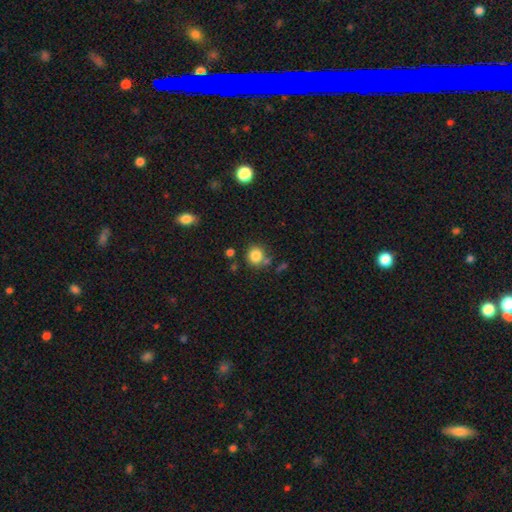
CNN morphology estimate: Smooth or featured?
  - smooth: 84% *
  - star or artifact: 11%
  - featured or disk: 6%
How rounded?
  - round: 87% *
  - in between: 12%
  - cigar-shaped: 1%
Merging?
  - none: 72% *
  - minor disturbance: 13%
  - merger: 11%
  - major disturbance: 4%